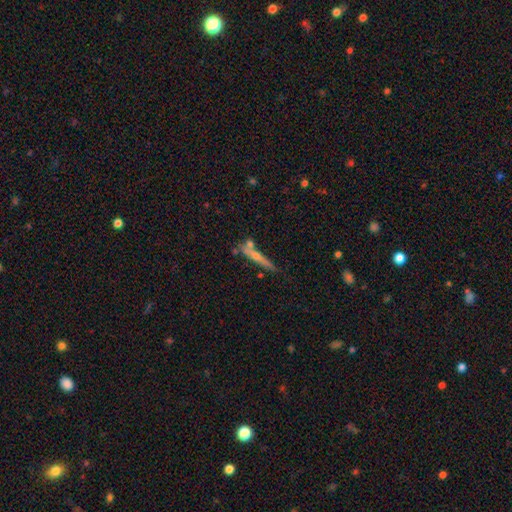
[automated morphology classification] This appears to be a featured or disk galaxy (57%) viewed edge-on (93%) with a rounded central bulge (67%). Merging: none (65%).